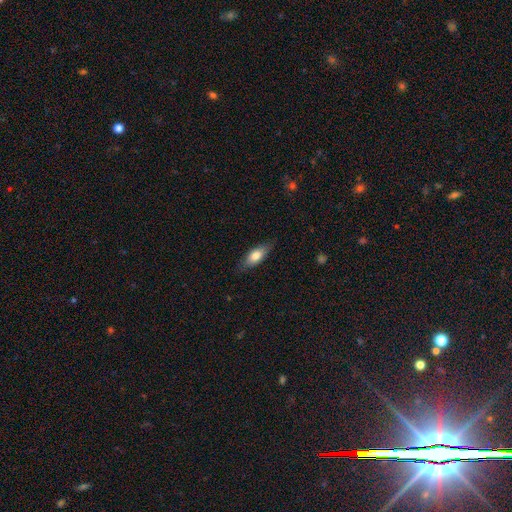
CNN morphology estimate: This is likely a smooth galaxy (73%). How rounded: likely in between (75%). Merging: clearly none (81%).